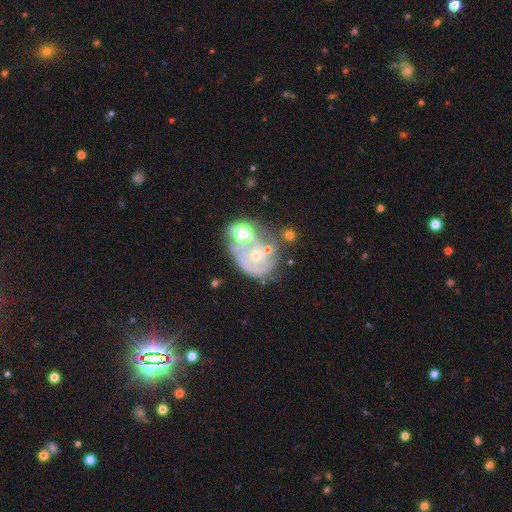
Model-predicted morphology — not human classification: type=featured or disk (68%); edge-on=no (98%); bar=no (81%); spiral arms=yes (76%); winding=tight (59%); arm count=can't tell (39%); bulge=small (52%); merging=none (37%).